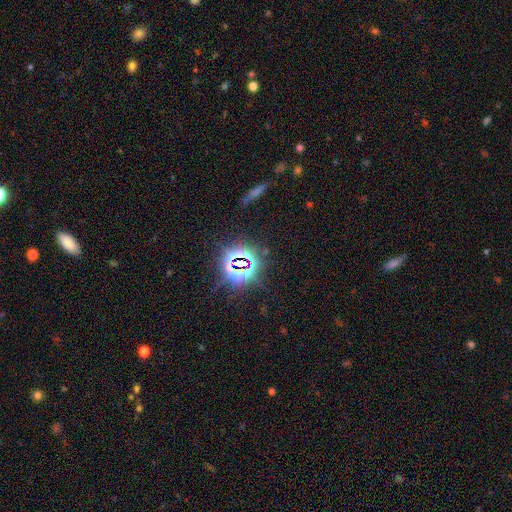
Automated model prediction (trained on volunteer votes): The model was most divided on "smooth or featured": star or artifact: 80%, smooth: 11%, featured or disk: 8%.